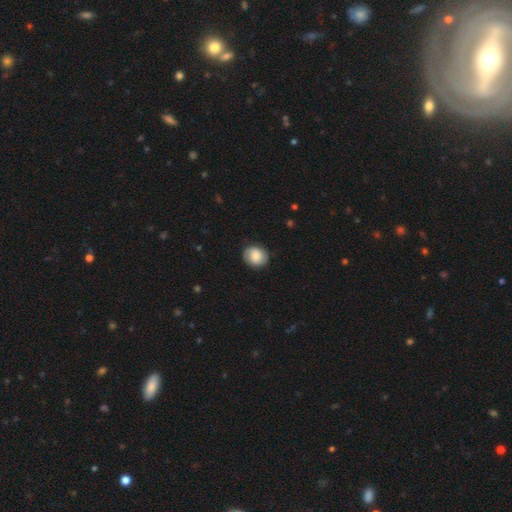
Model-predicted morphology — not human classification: Smooth or featured? smooth (70%)
How rounded? round (67%)
Merging? none (83%)